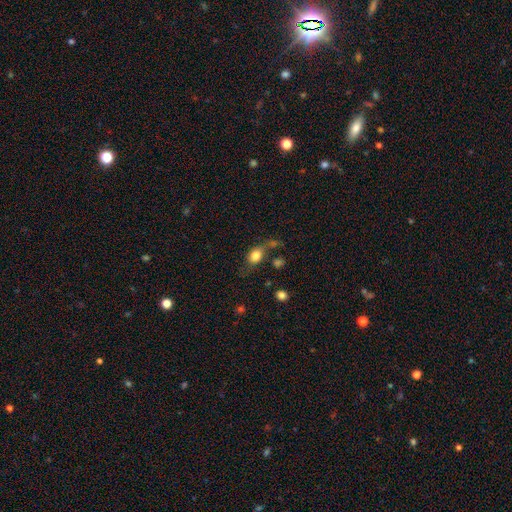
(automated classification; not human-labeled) This is likely a smooth galaxy (75%). How rounded: likely in between (62%). Merging: possibly none (47%).